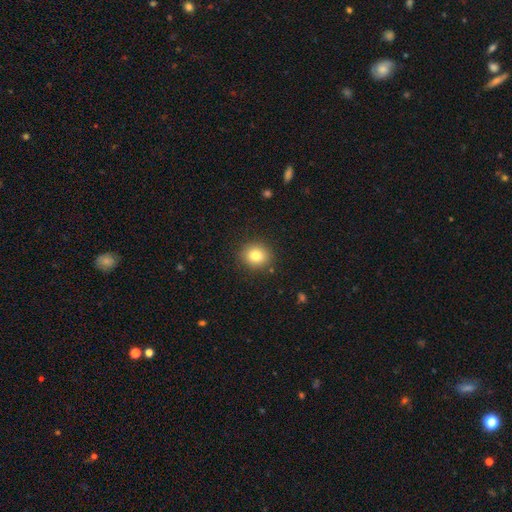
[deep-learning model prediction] smooth 81%, star or artifact 11%, featured or disk 8%. Down the decision tree: how rounded — round (80%); merging — none (89%).